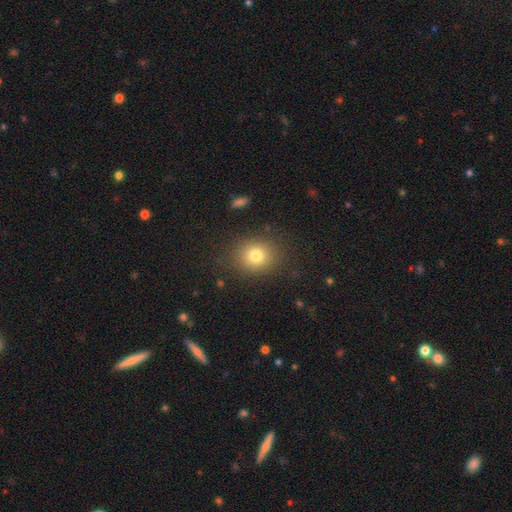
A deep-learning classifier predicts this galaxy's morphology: smooth 78%, star or artifact 12%, featured or disk 9%. Down the decision tree: how rounded — round (71%); merging — none (85%).